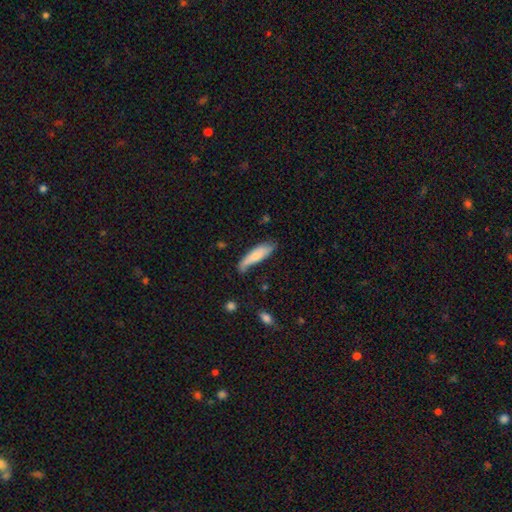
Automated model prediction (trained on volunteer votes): Morphology: type=smooth (75%); roundness=cigar-shaped (63%); merging=none (53%).